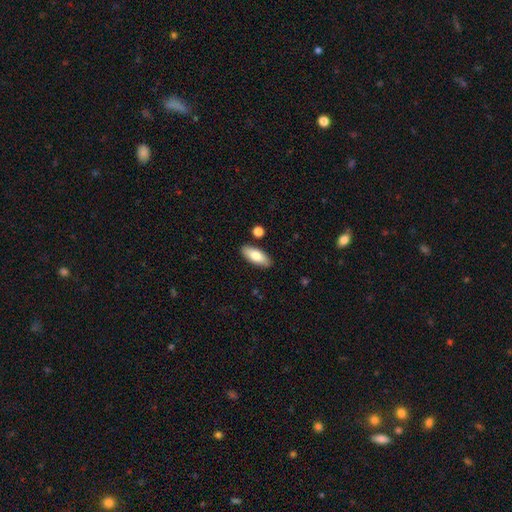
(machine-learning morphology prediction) type=smooth (78%); roundness=in between (79%); merging=none (86%).